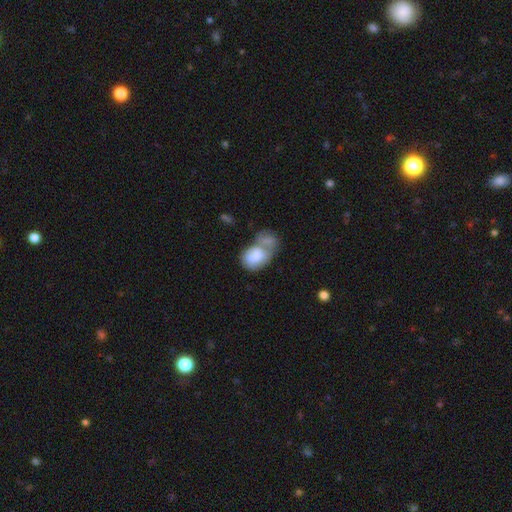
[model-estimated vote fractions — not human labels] This is likely a smooth galaxy (74%). How rounded: likely in between (78%). Merging: possibly merger (58%).